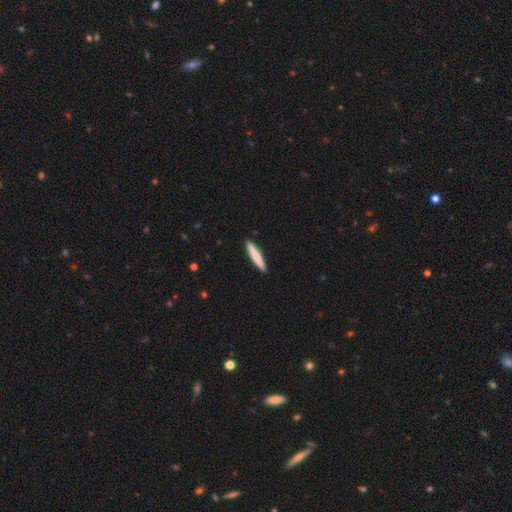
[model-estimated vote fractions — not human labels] smooth-or-featured: smooth: 77% | featured or disk: 18% | star or artifact: 5%
  how-rounded: cigar-shaped: 94% | in between: 5% | round: 1%
  merging: none: 92% | minor disturbance: 6% | major disturbance: 1% | merger: 1%